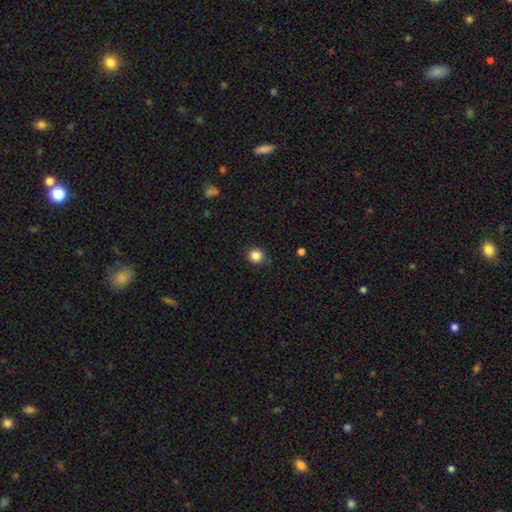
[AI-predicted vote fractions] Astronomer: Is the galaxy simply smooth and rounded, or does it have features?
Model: smooth — 86%.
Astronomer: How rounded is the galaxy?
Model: round — 88%.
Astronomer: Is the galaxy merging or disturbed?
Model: none — 88%.